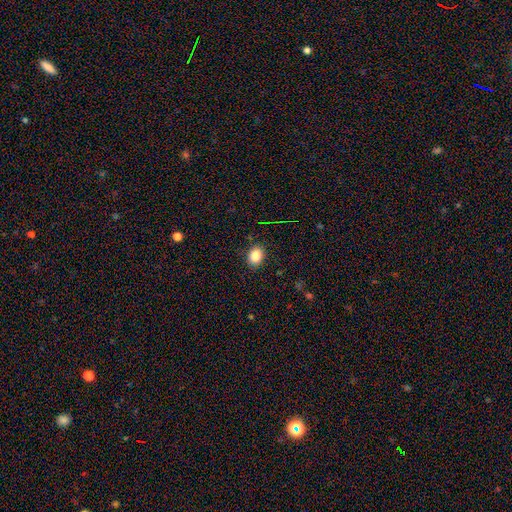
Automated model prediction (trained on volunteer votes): The model was most divided on "how rounded": in between: 63%, round: 36%, cigar-shaped: 1%. More confident: merging — none (89%); smooth or featured — smooth (85%).